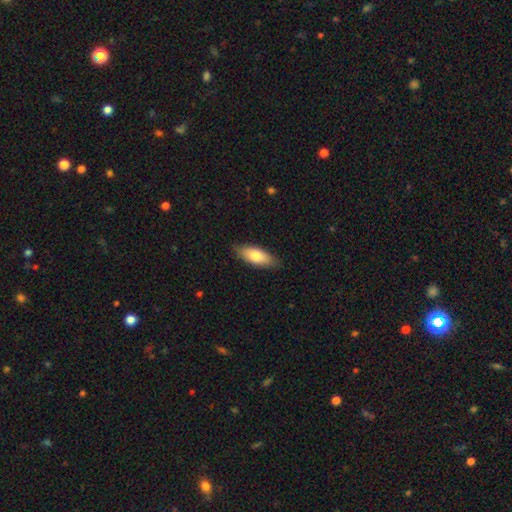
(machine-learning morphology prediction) This is likely a smooth galaxy (77%). How rounded: likely in between (76%). Merging: clearly none (85%).